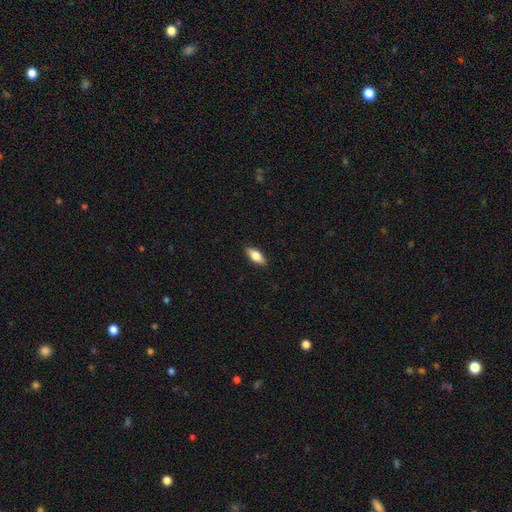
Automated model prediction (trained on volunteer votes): smooth-or-featured: smooth: 69% | featured or disk: 25% | star or artifact: 6%
  how-rounded: in between: 77% | cigar-shaped: 20% | round: 3%
  merging: none: 89% | minor disturbance: 9% | major disturbance: 2% | merger: 1%